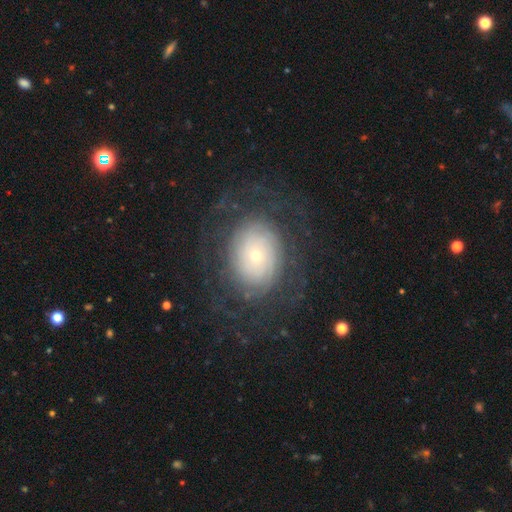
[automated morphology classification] A featured or disk galaxy (73%) with no bar (83%), tight (73%) spiral arms (88%) and a small central bulge (67%). Merging: none (73%).